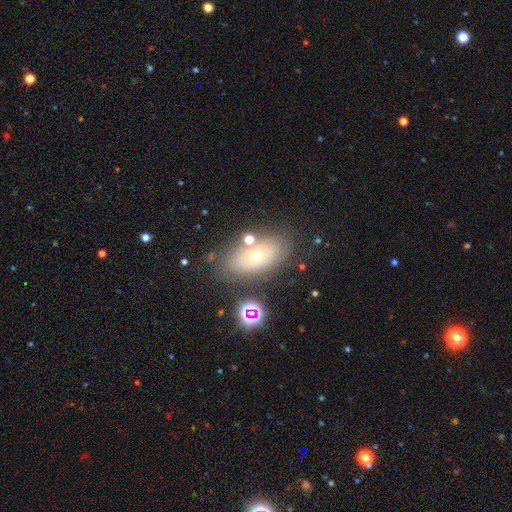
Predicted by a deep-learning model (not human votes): A smooth galaxy with no disk features (52%) that is in between round and cigar-shaped (86%). Merging: none (72%).